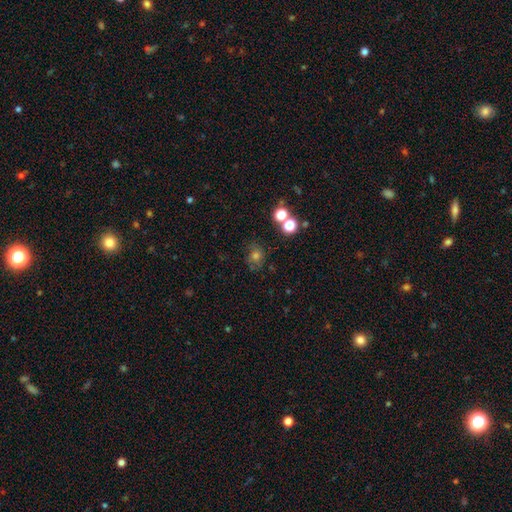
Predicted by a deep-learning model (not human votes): Smooth or featured: smooth — 62% (star or artifact — 24%)
How rounded: round — 69% (in between — 30%)
Merging: none — 70% (minor disturbance — 16%)